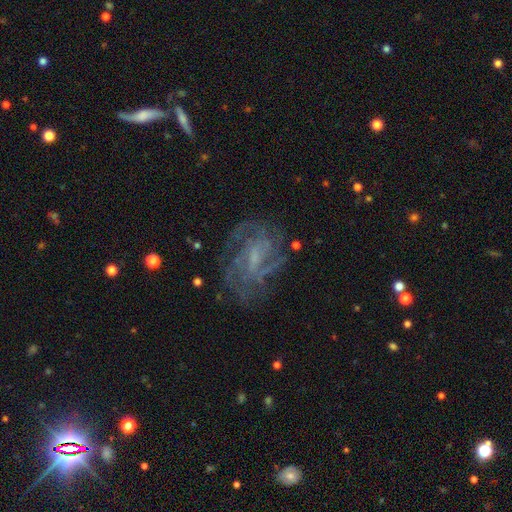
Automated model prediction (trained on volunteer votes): Smooth or featured? Predicted: featured or disk (p=0.79). Edge-on disk? Predicted: no (p=0.97). Bar? Predicted: weak (p=0.50). Spiral arms? Predicted: yes (p=0.90). Spiral winding? Predicted: tight (p=0.45). Spiral arm count? Predicted: can't tell (p=0.38). Bulge size? Predicted: small (p=0.49). Merging? Predicted: none (p=0.68).